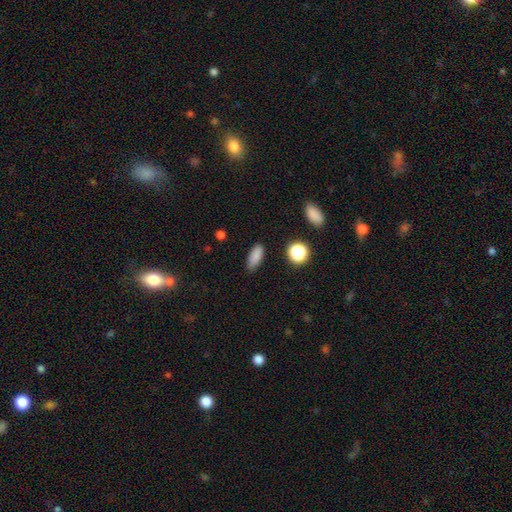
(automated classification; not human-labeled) smooth 85%, star or artifact 11%, featured or disk 5%. Down the decision tree: how rounded — in between (78%); merging — none (83%).